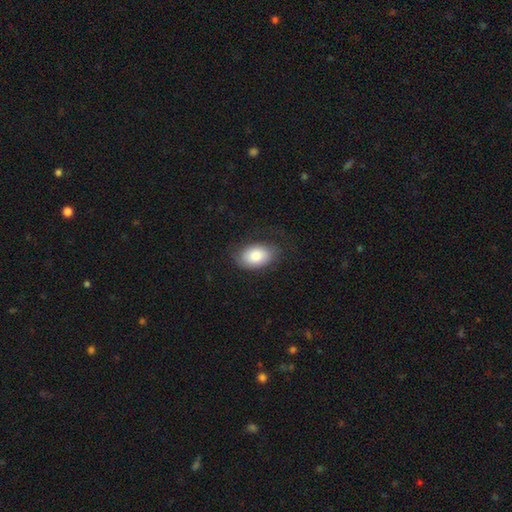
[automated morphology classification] A smooth galaxy with no disk features (82%) that is in between round and cigar-shaped (89%).

Vote fractions:
- Smooth or featured? smooth: 82% / featured or disk: 11% / star or artifact: 7%
- How rounded? in between: 89% / round: 10% / cigar-shaped: 1%
- Merging? none: 72% / minor disturbance: 19% / major disturbance: 8% / merger: 1%